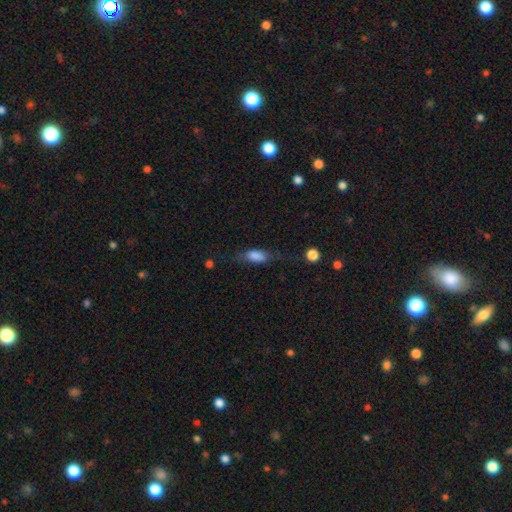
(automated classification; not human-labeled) Smooth or featured? Predicted: smooth (p=0.72). How rounded? Predicted: in between (p=0.72). Merging? Predicted: none (p=0.54).